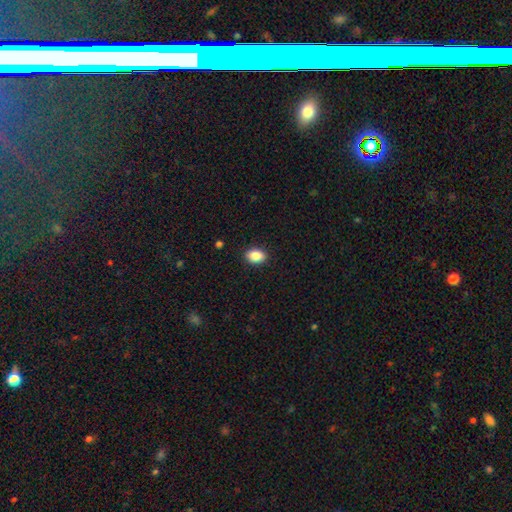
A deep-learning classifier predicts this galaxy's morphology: This is clearly a smooth galaxy (88%). How rounded: likely in between (77%). Merging: clearly none (90%).